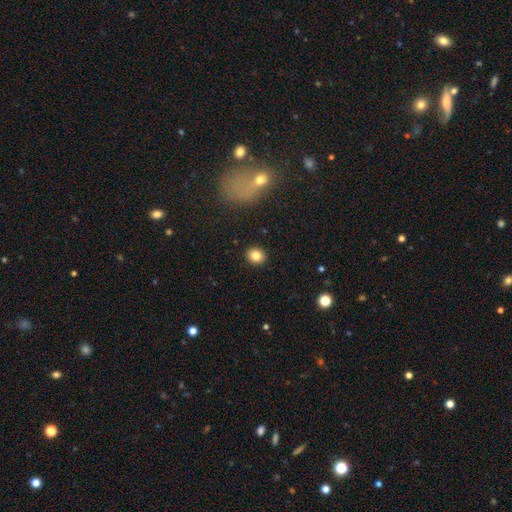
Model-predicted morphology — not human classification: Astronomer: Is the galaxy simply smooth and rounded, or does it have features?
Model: smooth — 82%.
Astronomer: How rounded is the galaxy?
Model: round — 67%.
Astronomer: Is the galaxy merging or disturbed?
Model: none — 91%.